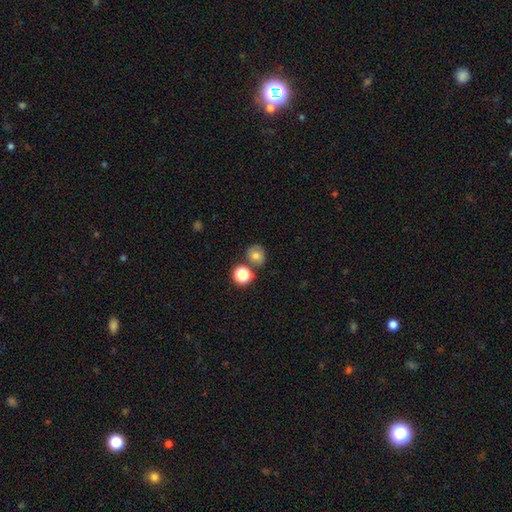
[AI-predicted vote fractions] smooth 74%, star or artifact 14%, featured or disk 12%. Down the decision tree: how rounded — round (75%); merging — none (67%).